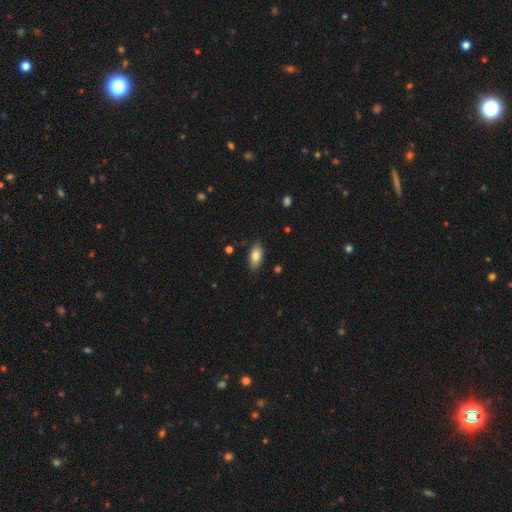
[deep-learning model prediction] This is likely a smooth galaxy (80%). How rounded: clearly in between (90%). Merging: clearly none (86%).